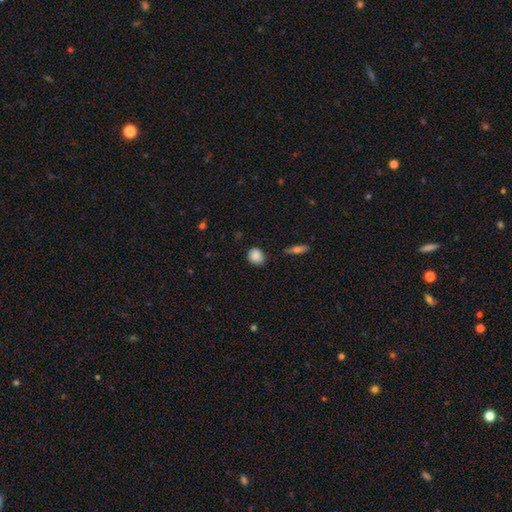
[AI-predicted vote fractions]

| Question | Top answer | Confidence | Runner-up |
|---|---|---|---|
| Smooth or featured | smooth | 86% | star or artifact (8%) |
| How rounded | round | 72% | in between (27%) |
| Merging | none | 82% | minor disturbance (14%) |